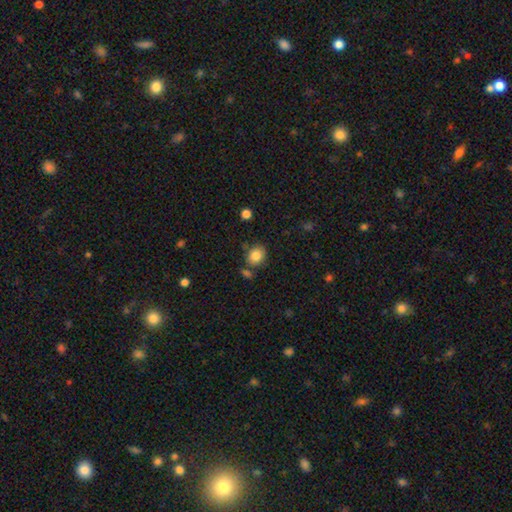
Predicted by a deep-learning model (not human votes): Overall: smooth (84%). How rounded: round (68%; in between 31%). Merging: none (75%).